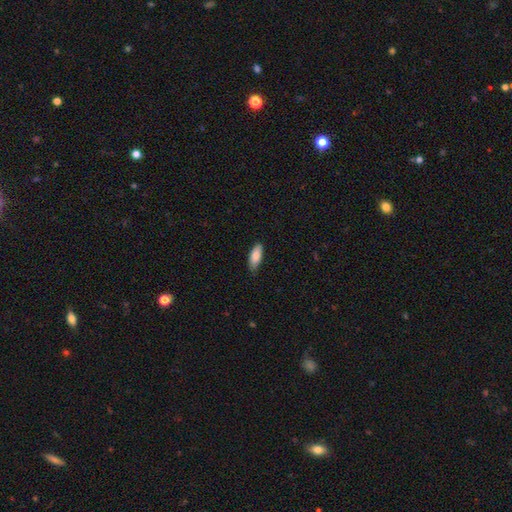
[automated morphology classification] This appears to be a smooth galaxy with no disk features (85%) that is in between round and cigar-shaped (77%). Merging: none (77%).